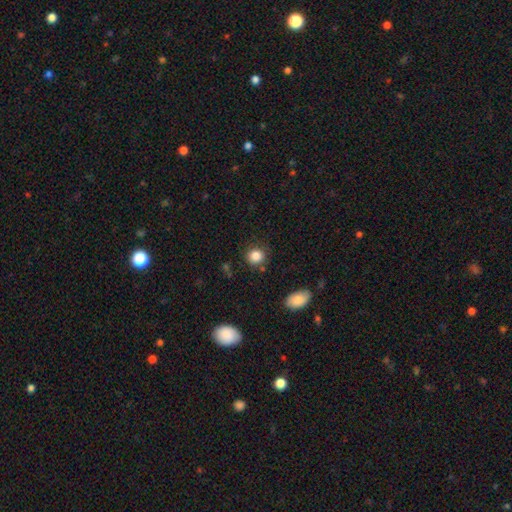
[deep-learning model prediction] Smooth or featured?
  - smooth: 85% *
  - star or artifact: 10%
  - featured or disk: 5%
How rounded?
  - round: 83% *
  - in between: 16%
  - cigar-shaped: 1%
Merging?
  - none: 83% *
  - minor disturbance: 11%
  - major disturbance: 3%
  - merger: 3%